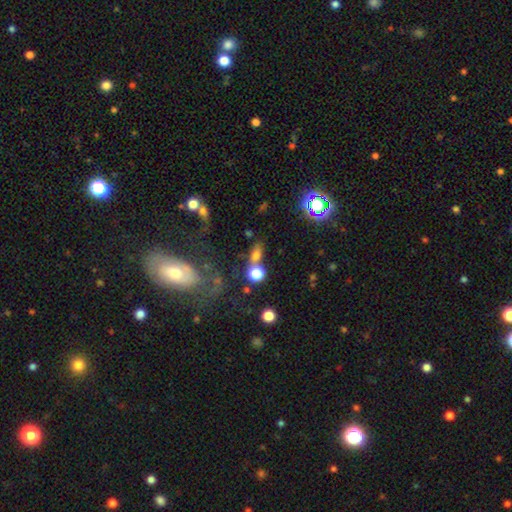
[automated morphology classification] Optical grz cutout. It shows a smooth galaxy with no disk features (69%) that is in between round and cigar-shaped (52%). Merging: none (58%).